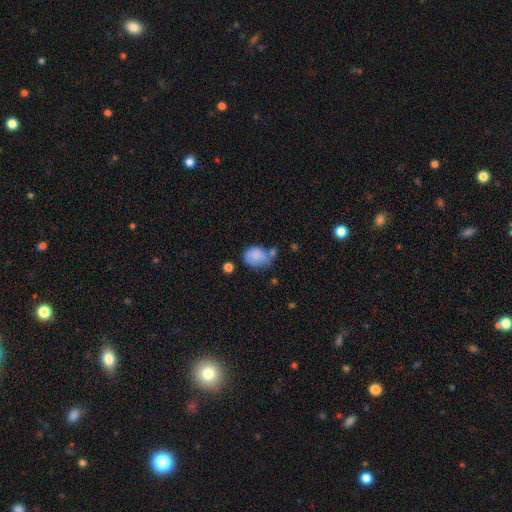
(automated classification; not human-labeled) Smooth or featured?
  - smooth: 79% *
  - featured or disk: 13%
  - star or artifact: 9%
How rounded?
  - in between: 66% *
  - round: 33%
  - cigar-shaped: 1%
Merging?
  - none: 36% *
  - minor disturbance: 32%
  - merger: 19%
  - major disturbance: 13%